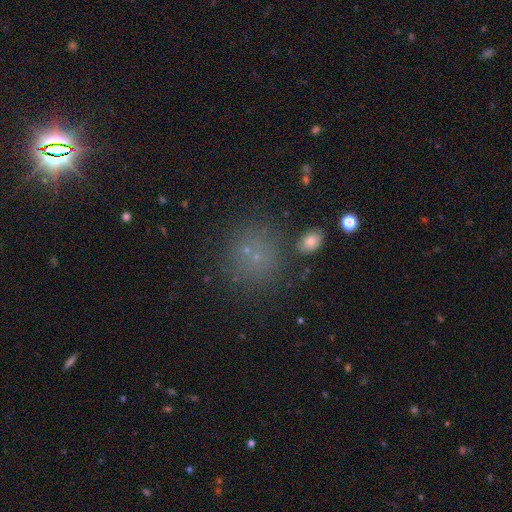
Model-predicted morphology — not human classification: Smooth or featured? Predicted: smooth (p=0.58). How rounded? Predicted: round (p=0.90). Merging? Predicted: none (p=0.78).